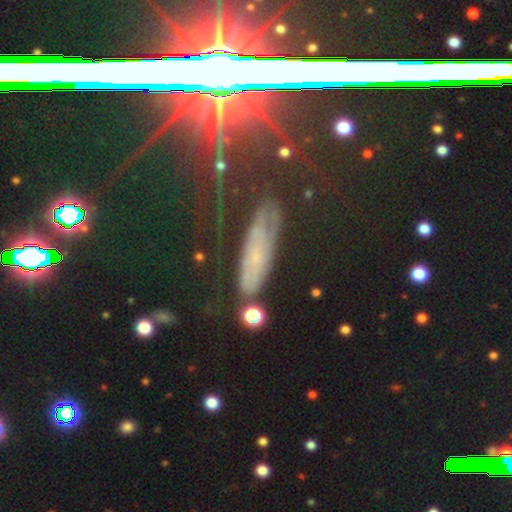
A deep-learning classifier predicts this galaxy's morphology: featured or disk 41%, smooth 33%, star or artifact 26%. Down the decision tree: merging — none (74%).